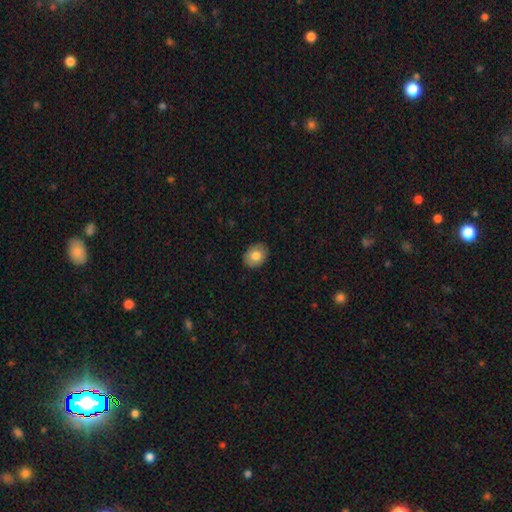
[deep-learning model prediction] smooth_or_featured: smooth (p=0.79) [alt: featured or disk p=0.13]
how_rounded: in between (p=0.63) [alt: round p=0.36]
merging: none (p=0.89) [alt: minor disturbance p=0.09]